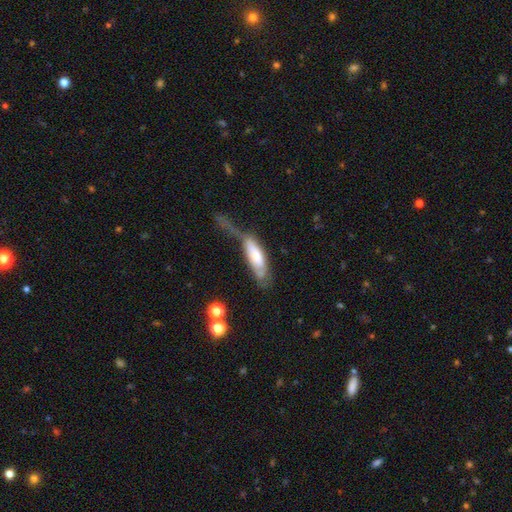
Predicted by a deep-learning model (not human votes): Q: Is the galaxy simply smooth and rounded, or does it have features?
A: smooth — 58%.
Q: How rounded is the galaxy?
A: in between — 51%.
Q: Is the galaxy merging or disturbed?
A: major disturbance — 44%.